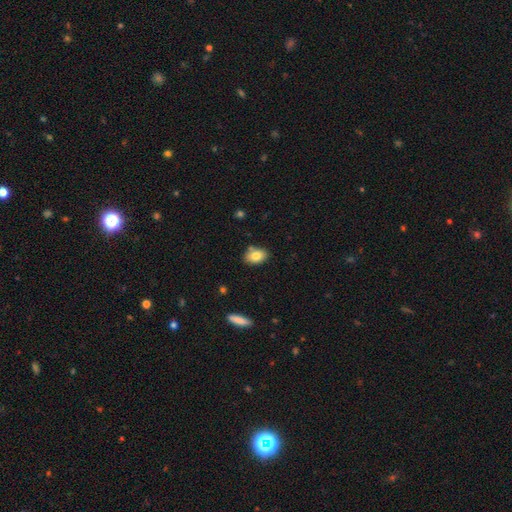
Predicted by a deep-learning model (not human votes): Smooth or featured? Predicted: smooth (p=0.82). How rounded? Predicted: in between (p=0.82). Merging? Predicted: none (p=0.78).